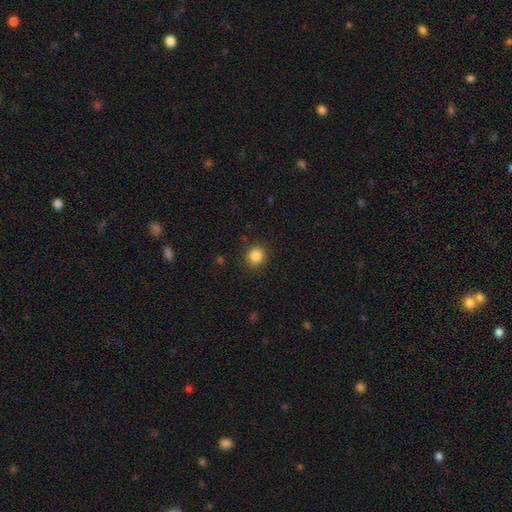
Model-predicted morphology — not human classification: Overall: smooth (86%). How rounded: round (84%). Merging: none (89%).